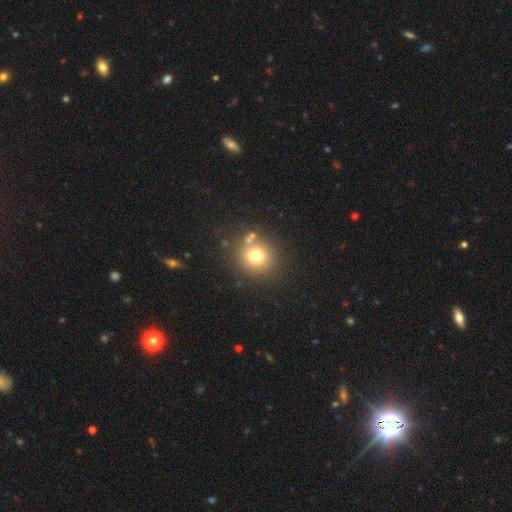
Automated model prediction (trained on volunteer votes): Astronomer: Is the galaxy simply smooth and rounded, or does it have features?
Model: smooth — 72%.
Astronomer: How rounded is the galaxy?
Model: round — 89%.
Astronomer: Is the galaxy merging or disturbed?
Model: none — 76%.